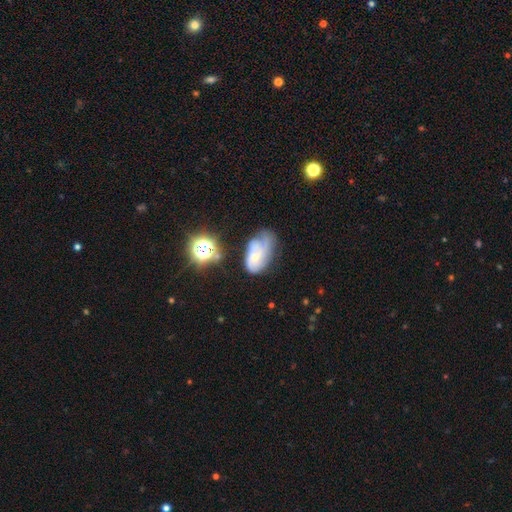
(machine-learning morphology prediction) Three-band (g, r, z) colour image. It shows a featured or disk galaxy (54%) with no bar (72%), spiral arms (72%) and a small central bulge (59%). Merging: minor disturbance (34%).